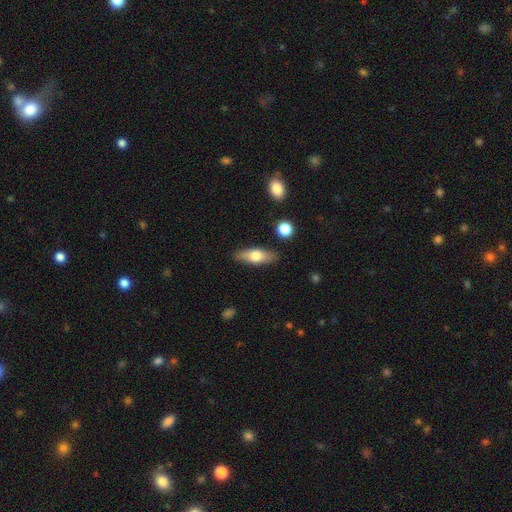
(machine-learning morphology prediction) A smooth galaxy with no disk features (63%) that is in between round and cigar-shaped (63%).

Vote fractions:
- Smooth or featured? smooth: 63% / featured or disk: 31% / star or artifact: 6%
- How rounded? in between: 63% / cigar-shaped: 34% / round: 3%
- Merging? none: 85% / minor disturbance: 11% / major disturbance: 2% / merger: 2%